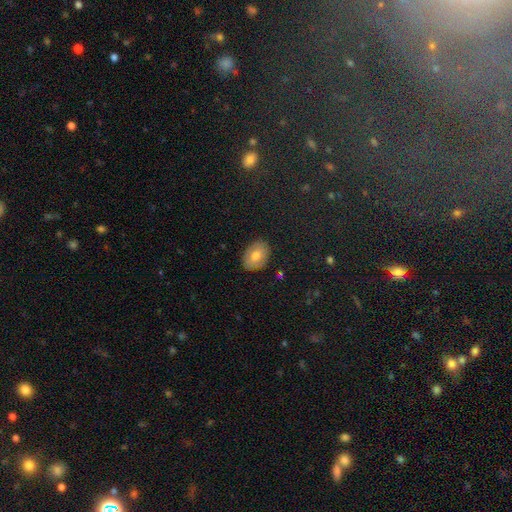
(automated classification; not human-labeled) This appears to be a smooth galaxy with no disk features (70%) that is in between round and cigar-shaped (79%). Merging: none (84%).